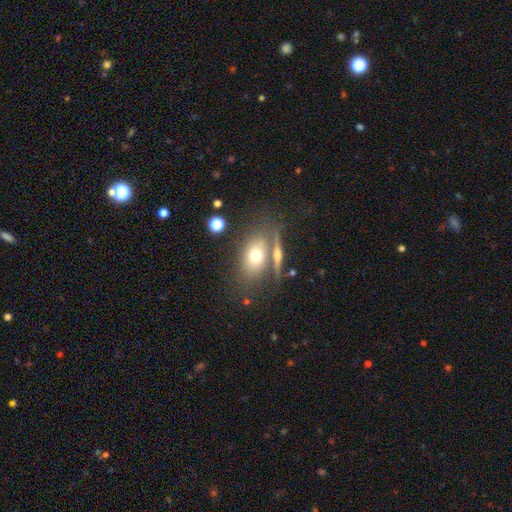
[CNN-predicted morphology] Q: Smooth or featured?
A: smooth (66%); runner-up: featured or disk (24%)
Q: How rounded?
A: in between (78%); runner-up: round (17%)
Q: Merging?
A: none (58%); runner-up: merger (22%)